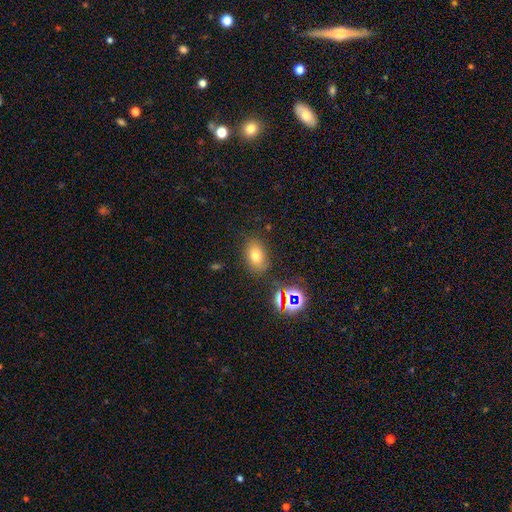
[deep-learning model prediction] The model was most divided on "smooth or featured": smooth: 69%, star or artifact: 19%, featured or disk: 12%. More confident: merging — none (81%); how rounded — in between (76%).